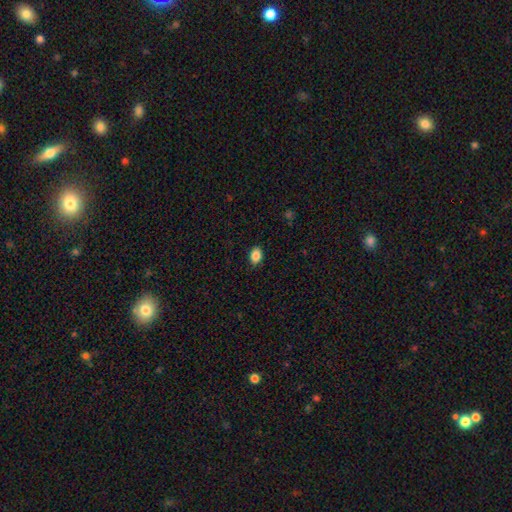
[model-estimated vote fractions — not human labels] Smooth or featured: smooth — 87% (star or artifact — 8%)
How rounded: in between — 79% (round — 20%)
Merging: none — 87% (minor disturbance — 10%)